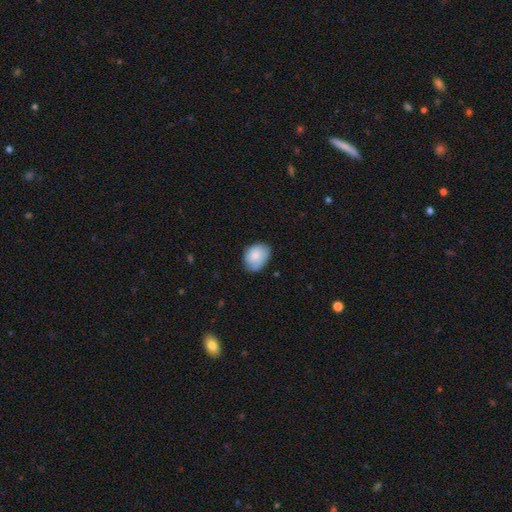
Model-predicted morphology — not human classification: Smooth or featured?
  - smooth: 79% *
  - featured or disk: 14%
  - star or artifact: 7%
How rounded?
  - in between: 67% *
  - round: 32%
  - cigar-shaped: 1%
Merging?
  - none: 68% *
  - minor disturbance: 26%
  - major disturbance: 5%
  - merger: 1%